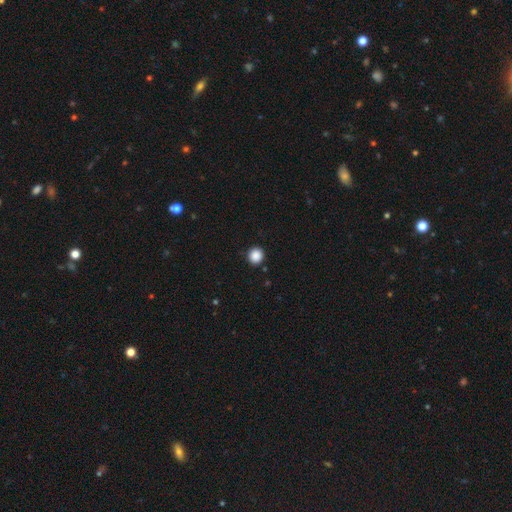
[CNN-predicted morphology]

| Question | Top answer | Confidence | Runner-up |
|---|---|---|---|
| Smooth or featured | smooth | 88% | star or artifact (10%) |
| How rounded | round | 92% | in between (7%) |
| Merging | none | 92% | minor disturbance (5%) |